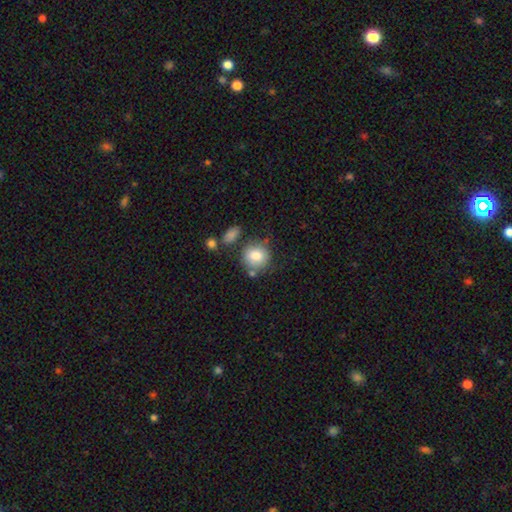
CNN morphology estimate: type=smooth (83%); roundness=round (84%); merging=none (68%).